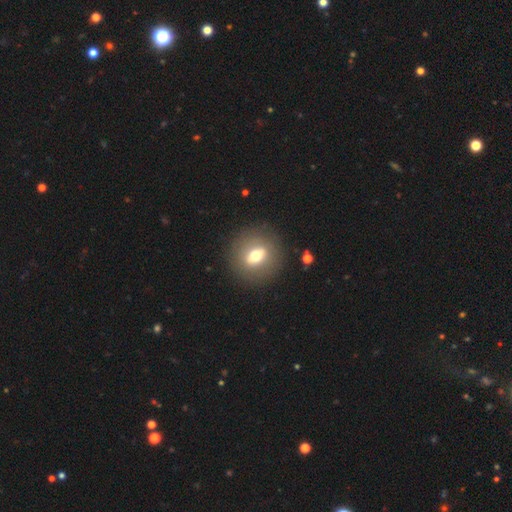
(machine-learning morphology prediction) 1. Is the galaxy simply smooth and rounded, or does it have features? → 51% smooth, 39% featured or disk, 10% star or artifact.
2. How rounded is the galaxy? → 71% round, 26% in between, 3% cigar-shaped.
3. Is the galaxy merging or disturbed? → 87% none, 8% minor disturbance, 4% major disturbance, 1% merger.